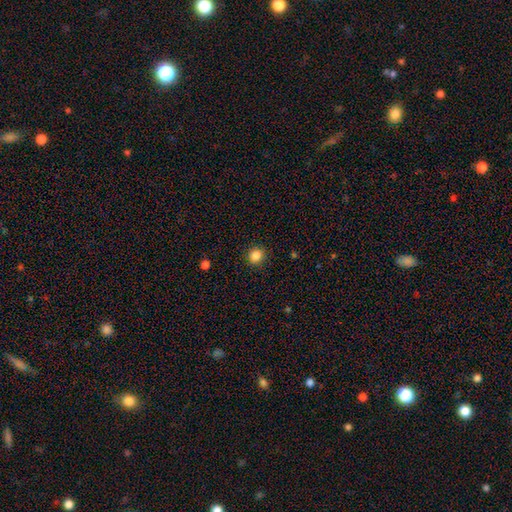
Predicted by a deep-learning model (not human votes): This appears to be a smooth galaxy with no disk features (85%) that is round (83%). Merging: none (90%).